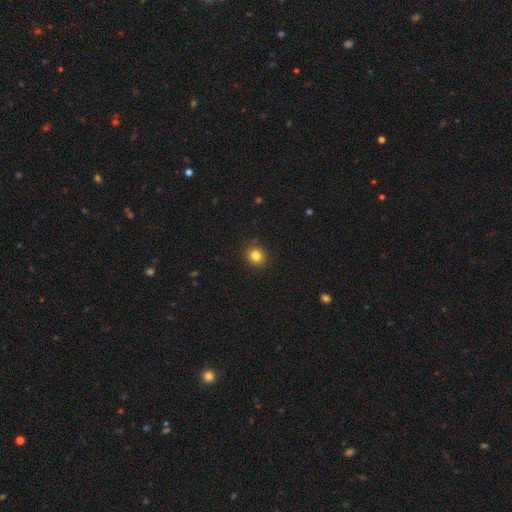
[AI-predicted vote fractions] This is clearly a smooth galaxy (82%). How rounded: clearly round (85%). Merging: clearly none (90%).